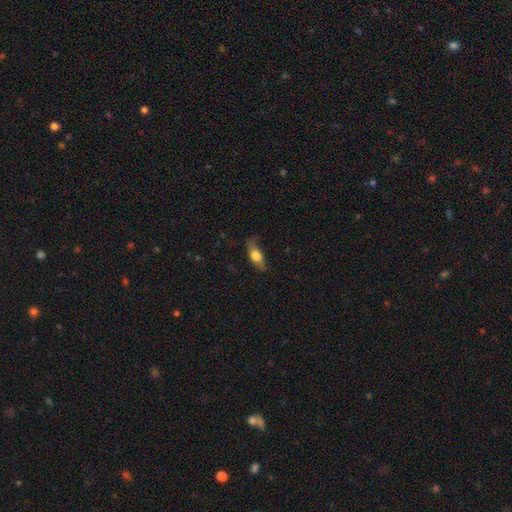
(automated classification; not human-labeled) A smooth galaxy with no disk features (65%) that is in between round and cigar-shaped (73%). Merging: none (61%).